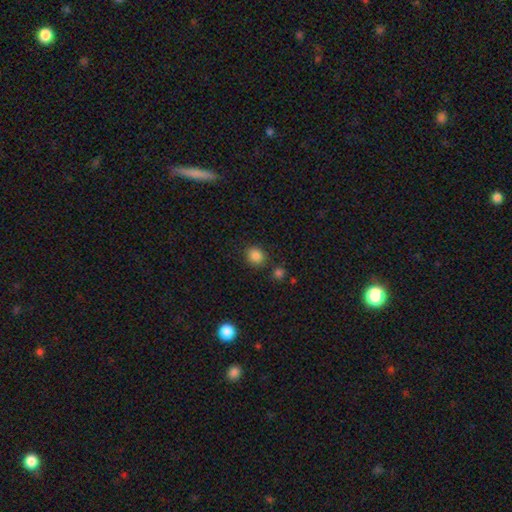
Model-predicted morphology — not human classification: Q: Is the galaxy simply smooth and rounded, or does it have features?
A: smooth — 85%.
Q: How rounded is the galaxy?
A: round — 73%.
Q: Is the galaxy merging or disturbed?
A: none — 82%.